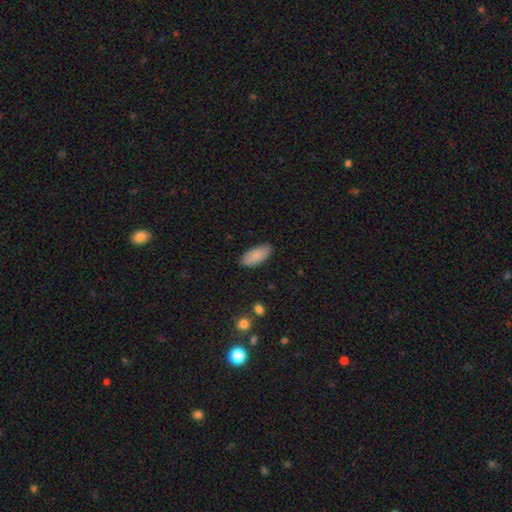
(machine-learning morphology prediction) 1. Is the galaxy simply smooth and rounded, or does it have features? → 87% smooth, 7% featured or disk, 6% star or artifact.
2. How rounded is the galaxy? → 90% in between, 8% cigar-shaped, 2% round.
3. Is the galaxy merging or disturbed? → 85% none, 12% minor disturbance, 2% major disturbance, 1% merger.